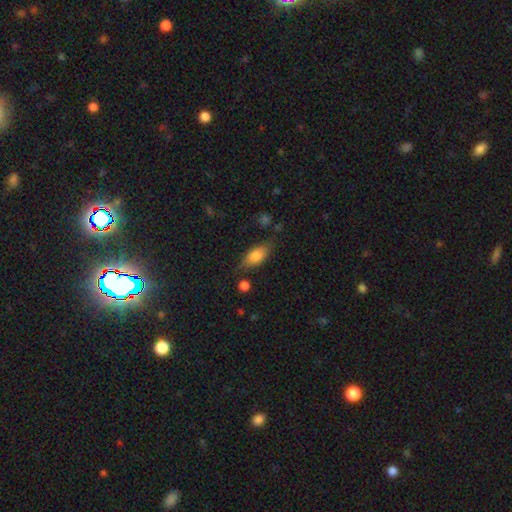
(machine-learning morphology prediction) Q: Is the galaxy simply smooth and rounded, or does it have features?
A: smooth — 73%.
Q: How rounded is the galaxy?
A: in between — 80%.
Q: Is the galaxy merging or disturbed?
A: none — 70%.